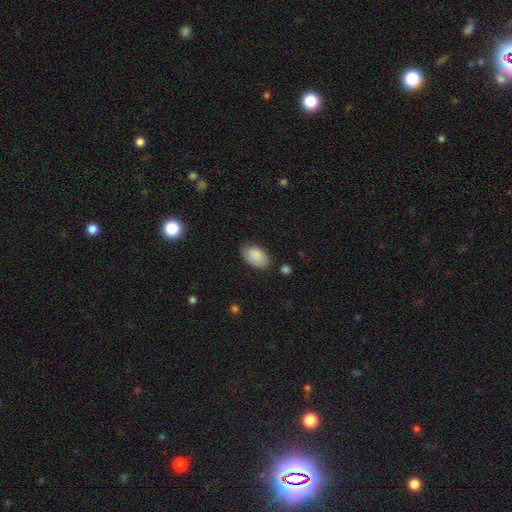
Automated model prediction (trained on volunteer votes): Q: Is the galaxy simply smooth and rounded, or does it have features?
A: smooth — 88%.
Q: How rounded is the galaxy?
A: in between — 92%.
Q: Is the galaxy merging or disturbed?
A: none — 74%.